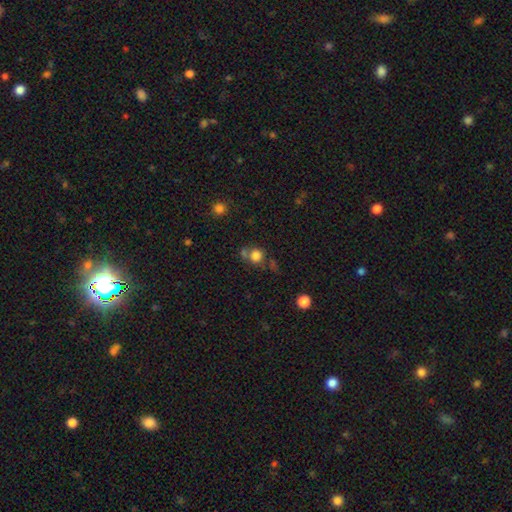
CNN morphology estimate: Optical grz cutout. It shows a smooth galaxy with no disk features (78%) that is round (86%). Merging: none (57%).